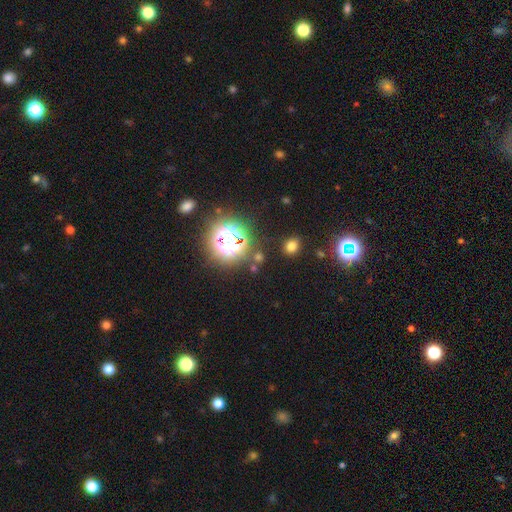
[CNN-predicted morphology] smooth-or-featured: star or artifact: 61% | smooth: 31% | featured or disk: 8%